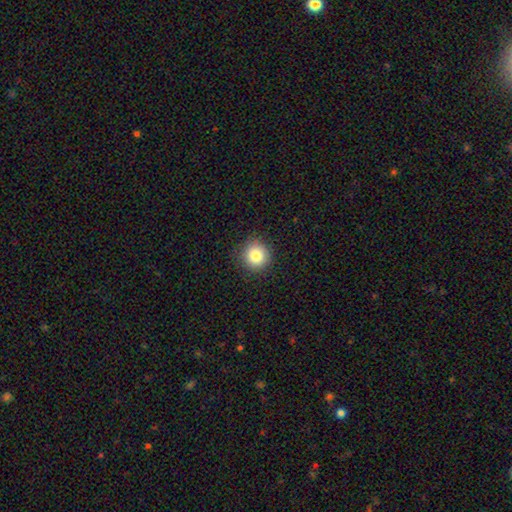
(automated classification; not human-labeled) Smooth or featured: smooth — 83% (star or artifact — 11%)
How rounded: round — 93% (in between — 6%)
Merging: none — 89% (minor disturbance — 8%)